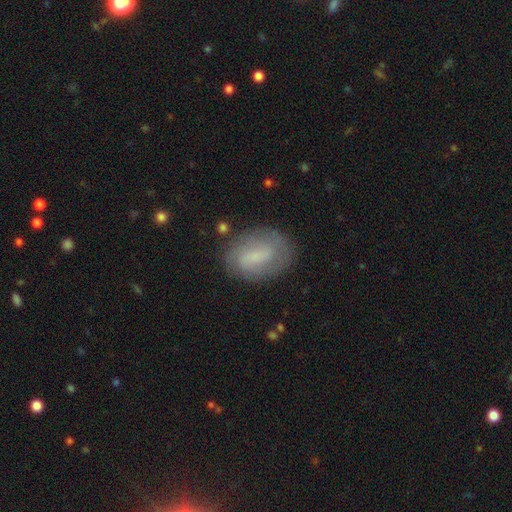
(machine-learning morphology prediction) A smooth galaxy with no disk features (48%).

Vote fractions:
- Smooth or featured? smooth: 48% / featured or disk: 44% / star or artifact: 8%
- Merging? none: 72% / minor disturbance: 19% / major disturbance: 7% / merger: 2%